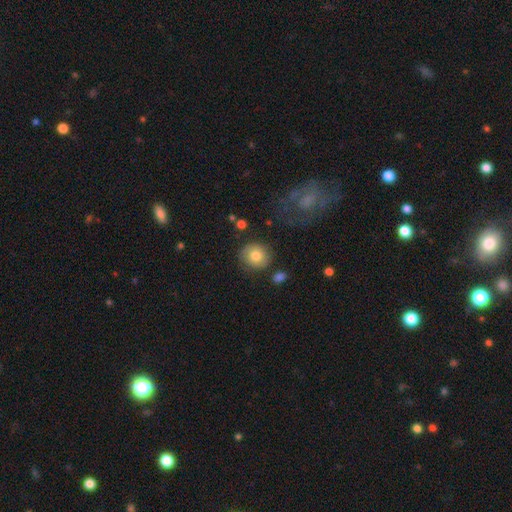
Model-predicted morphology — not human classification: This is likely a smooth galaxy (71%). How rounded: clearly round (83%). Merging: likely none (78%).